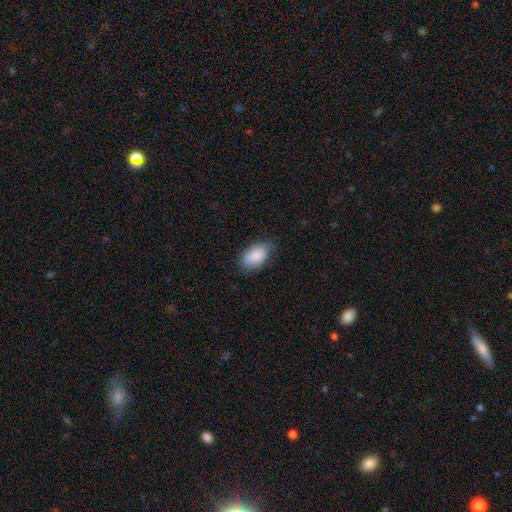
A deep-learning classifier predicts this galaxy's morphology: Q: Smooth or featured?
A: smooth (87%); runner-up: star or artifact (6%)
Q: How rounded?
A: in between (93%); runner-up: round (5%)
Q: Merging?
A: none (76%); runner-up: minor disturbance (19%)